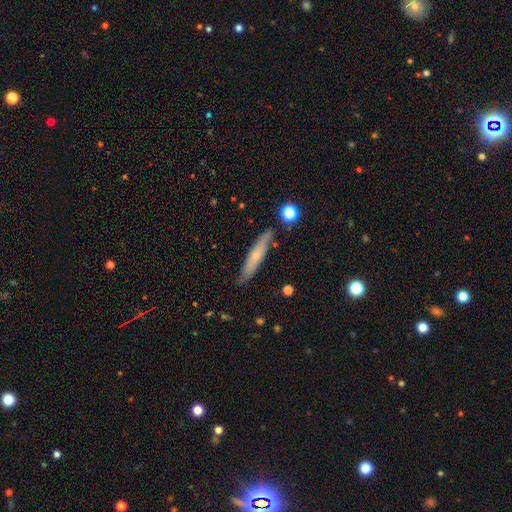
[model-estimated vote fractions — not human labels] Morphology: type=smooth (52%); roundness=cigar-shaped (88%); merging=none (82%).